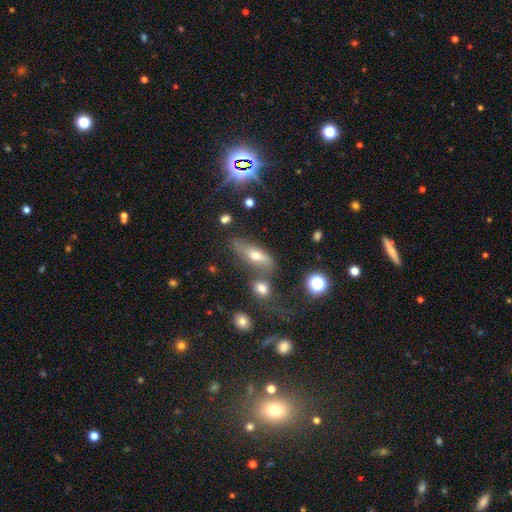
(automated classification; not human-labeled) A smooth galaxy with no disk features (56%) that is in between round and cigar-shaped (65%).

Vote fractions:
- Smooth or featured? smooth: 56% / featured or disk: 30% / star or artifact: 13%
- How rounded? in between: 65% / cigar-shaped: 28% / round: 7%
- Merging? none: 47% / merger: 26% / minor disturbance: 17% / major disturbance: 10%